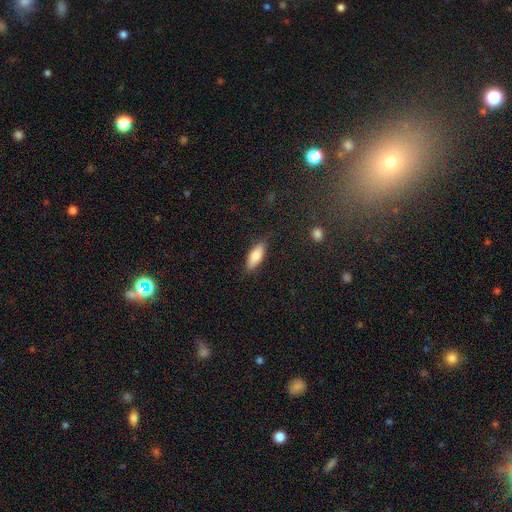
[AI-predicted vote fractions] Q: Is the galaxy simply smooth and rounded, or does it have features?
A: smooth — 80%.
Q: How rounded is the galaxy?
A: in between — 70%.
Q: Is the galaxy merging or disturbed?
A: none — 80%.